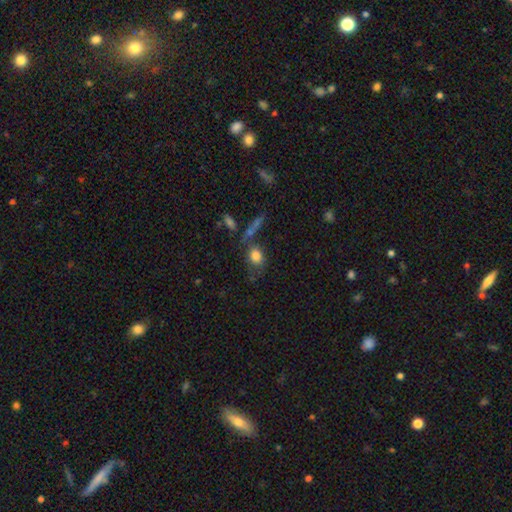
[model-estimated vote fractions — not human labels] Smooth or featured: smooth — 79% (featured or disk — 12%)
How rounded: in between — 49% (round — 48%)
Merging: none — 54% (minor disturbance — 19%)